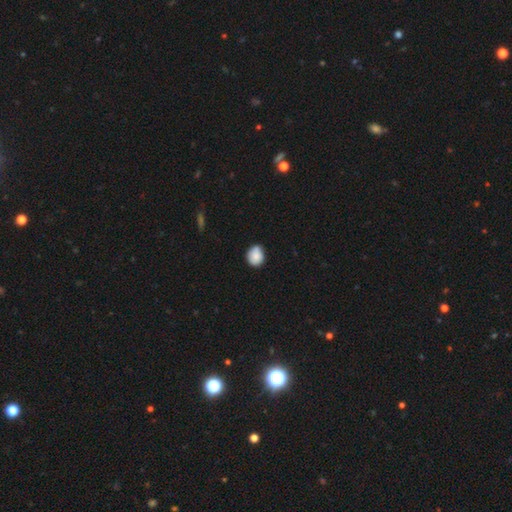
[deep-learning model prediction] A smooth galaxy with no disk features (85%) that is round (70%). Merging: none (70%).